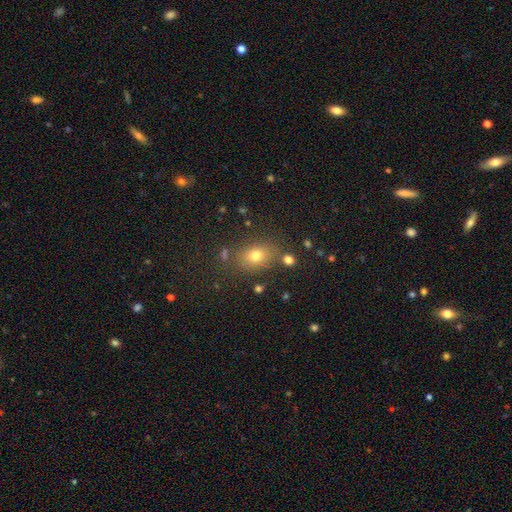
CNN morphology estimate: A smooth galaxy with no disk features (72%) that is in between round and cigar-shaped (64%).

Vote fractions:
- Smooth or featured? smooth: 72% / star or artifact: 17% / featured or disk: 11%
- How rounded? in between: 64% / round: 35% / cigar-shaped: 2%
- Merging? none: 78% / minor disturbance: 12% / merger: 6% / major disturbance: 4%